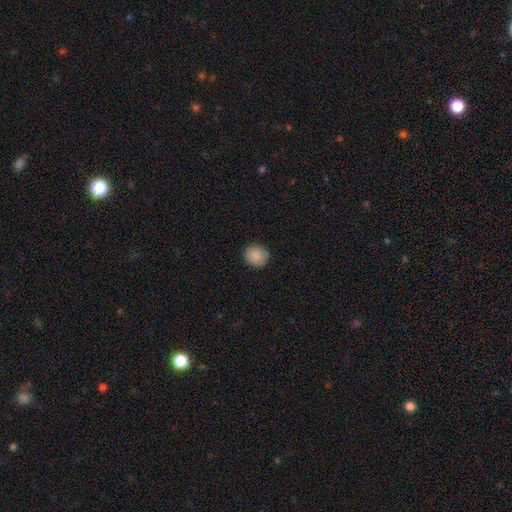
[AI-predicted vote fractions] smooth_or_featured: smooth (p=0.89) [alt: star or artifact p=0.08]
how_rounded: round (p=0.85) [alt: in between p=0.14]
merging: none (p=0.90) [alt: minor disturbance p=0.07]